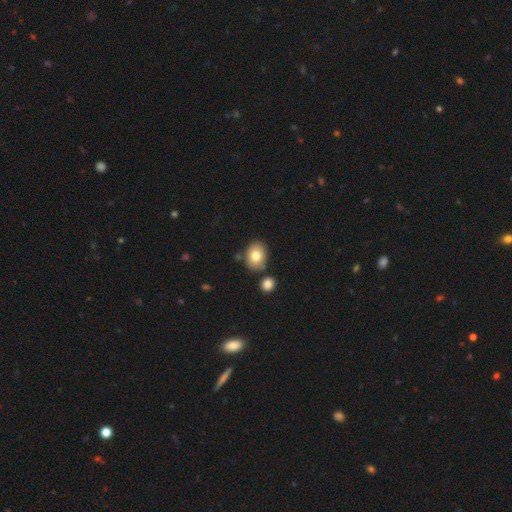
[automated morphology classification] smooth_or_featured: smooth (p=0.79) [alt: featured or disk p=0.12]
how_rounded: in between (p=0.60) [alt: round p=0.39]
merging: none (p=0.75) [alt: minor disturbance p=0.12]